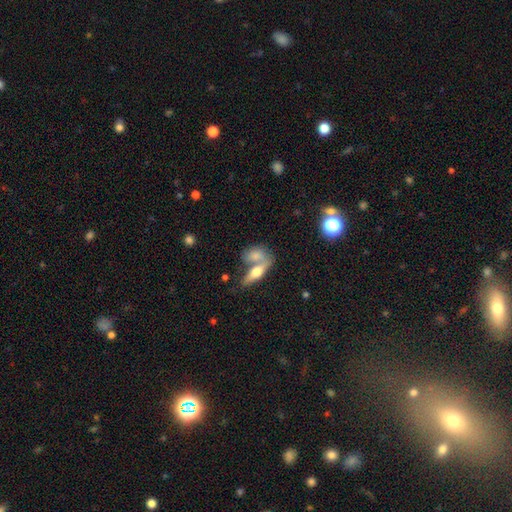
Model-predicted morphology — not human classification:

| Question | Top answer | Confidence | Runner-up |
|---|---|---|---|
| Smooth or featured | smooth | 60% | featured or disk (32%) |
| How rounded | in between | 68% | cigar-shaped (22%) |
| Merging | merger | 53% | none (33%) |